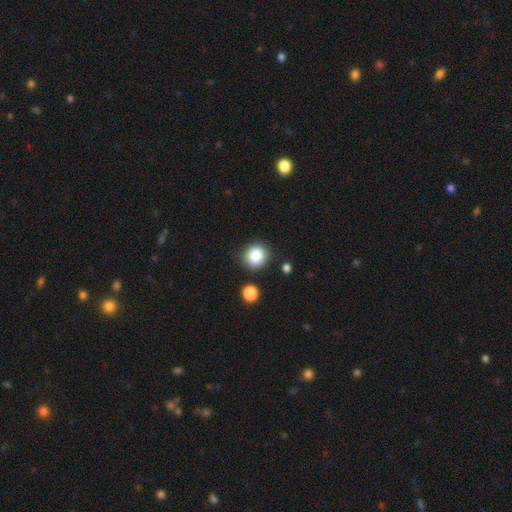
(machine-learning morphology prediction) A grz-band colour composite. It shows a smooth galaxy with no disk features (86%) that is round (86%). Merging: none (82%).